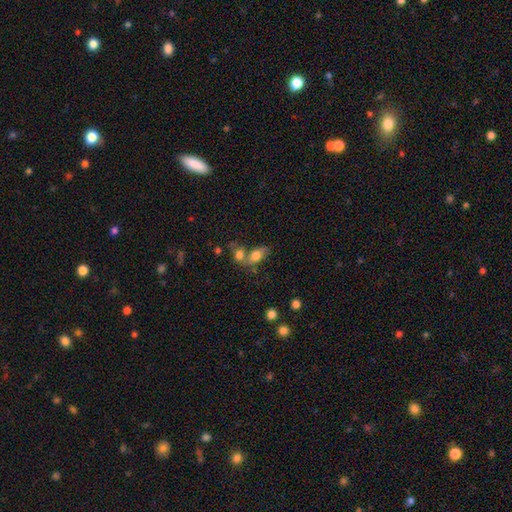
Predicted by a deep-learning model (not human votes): Smooth or featured: smooth — 71% (featured or disk — 19%)
How rounded: in between — 81% (round — 13%)
Merging: merger — 49% (none — 32%)